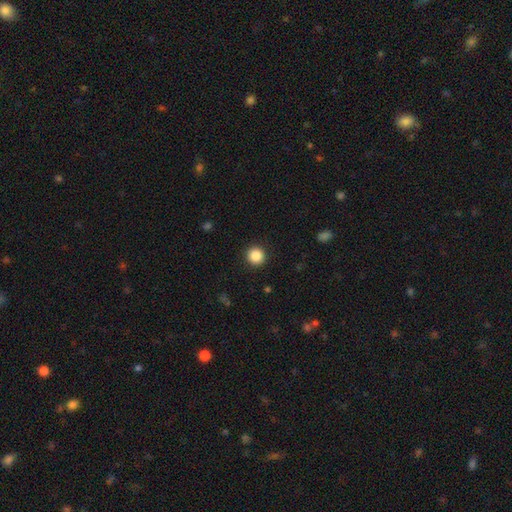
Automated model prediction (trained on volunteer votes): Smooth or featured: smooth — 87% (star or artifact — 10%)
How rounded: round — 95% (in between — 4%)
Merging: none — 93% (minor disturbance — 5%)